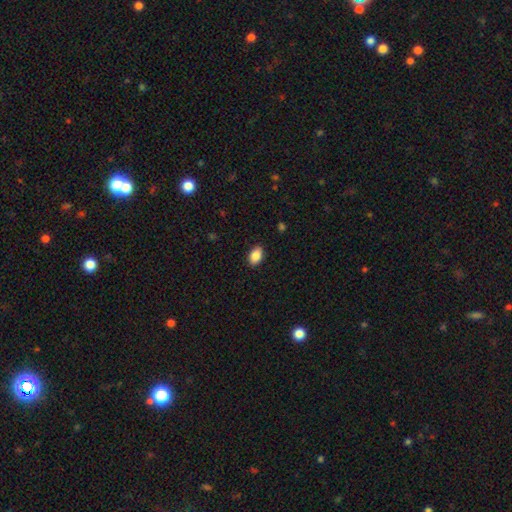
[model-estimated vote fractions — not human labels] Smooth or featured?
  - smooth: 88% *
  - star or artifact: 8%
  - featured or disk: 5%
How rounded?
  - in between: 89% *
  - round: 9%
  - cigar-shaped: 1%
Merging?
  - none: 89% *
  - minor disturbance: 8%
  - major disturbance: 2%
  - merger: 1%